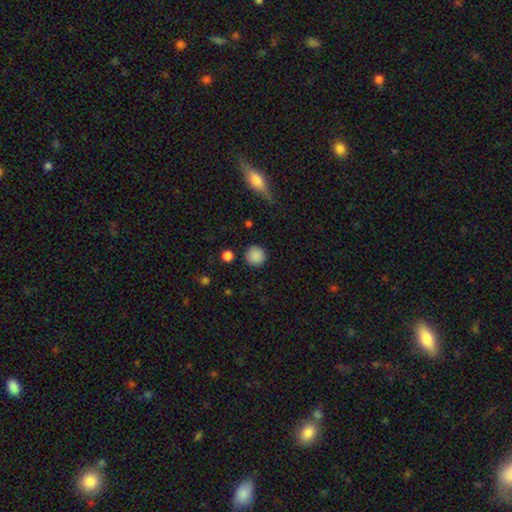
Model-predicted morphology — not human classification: smooth-or-featured: smooth: 87% | star or artifact: 9% | featured or disk: 4%
  how-rounded: round: 94% | in between: 5% | cigar-shaped: 1%
  merging: none: 87% | minor disturbance: 8% | major disturbance: 3% | merger: 2%